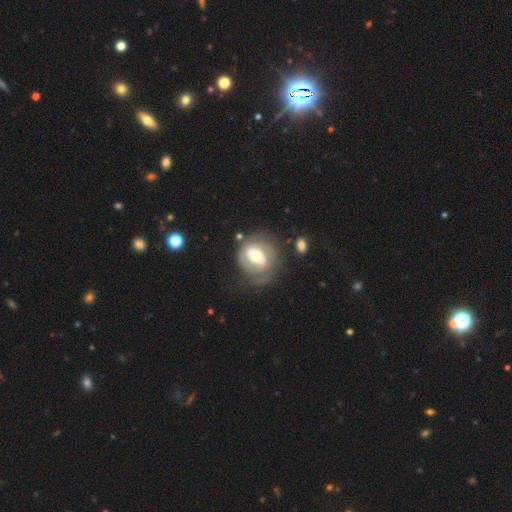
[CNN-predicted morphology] A featured or disk galaxy (70%) with a weak bar (45%), 2 (58%) tight (54%) spiral arms (79%) and a moderate central bulge (68%).

Vote fractions:
- Smooth or featured? featured or disk: 70% / smooth: 24% / star or artifact: 6%
- Edge-on disk? no: 97% / yes: 3%
- Bar? weak: 45% / no: 33% / strong: 22%
- Spiral arms? yes: 79% / no: 21%
- Spiral winding? tight: 54% / medium: 32% / loose: 13%
- Spiral arm count? 2: 58% / can't tell: 23% / 1: 11% / 3: 5% / 4: 2% / more than 4: 2%
- Bulge size? moderate: 68% / large: 17% / small: 13% / dominant: 1% / none: 1%
- Merging? none: 60% / minor disturbance: 21% / major disturbance: 15% / merger: 3%